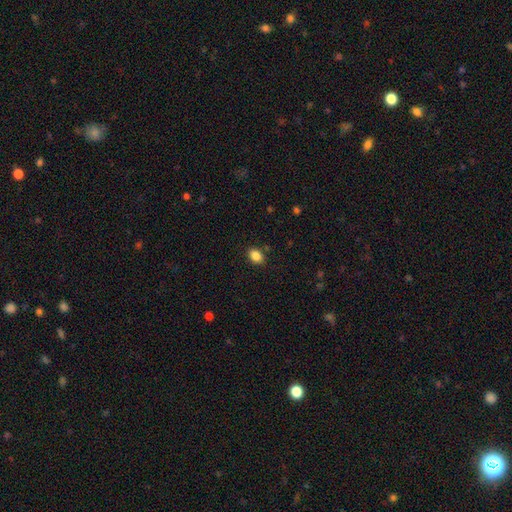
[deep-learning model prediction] Smooth or featured? Predicted: smooth (p=0.86). How rounded? Predicted: in between (p=0.70). Merging? Predicted: none (p=0.87).